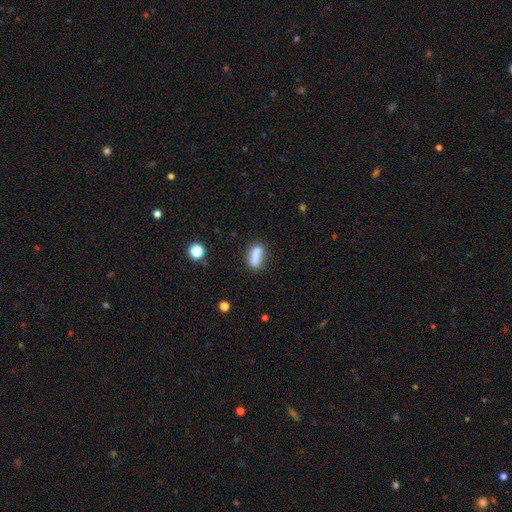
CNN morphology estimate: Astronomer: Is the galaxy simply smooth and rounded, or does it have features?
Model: smooth — 79%.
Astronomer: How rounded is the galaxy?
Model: in between — 64%.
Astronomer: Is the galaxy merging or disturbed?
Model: none — 67%.